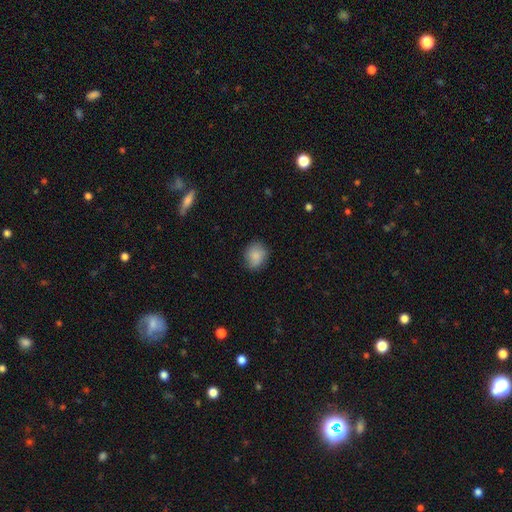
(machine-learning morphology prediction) Smooth or featured? smooth (84%)
How rounded? round (67%)
Merging? none (78%)